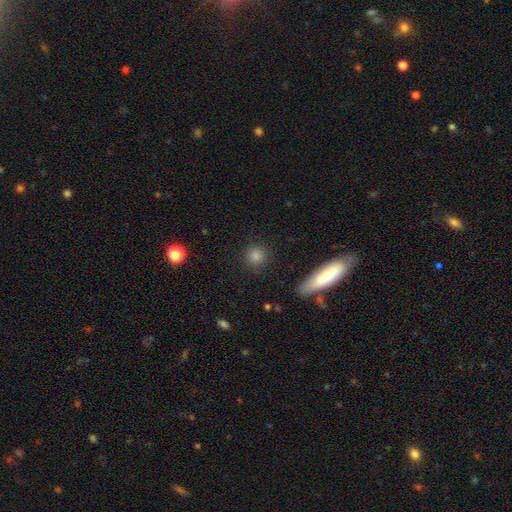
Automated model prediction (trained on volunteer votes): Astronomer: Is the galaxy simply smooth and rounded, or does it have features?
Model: smooth — 81%.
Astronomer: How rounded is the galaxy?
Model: round — 83%.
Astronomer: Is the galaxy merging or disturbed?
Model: none — 88%.